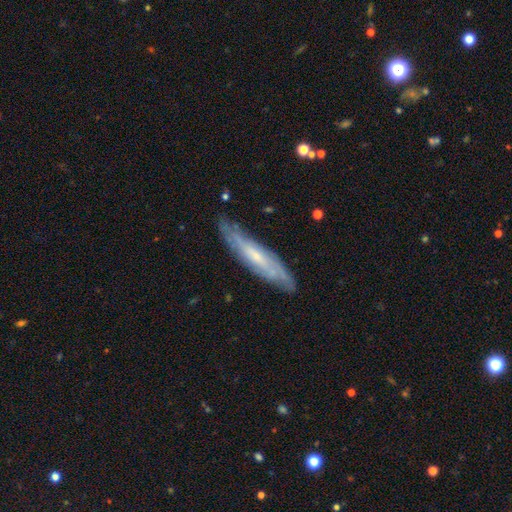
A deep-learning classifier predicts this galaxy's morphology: Overall: featured or disk (64%; smooth 30%). Edge-on disk: yes (54%; no 46%). Merging: none (78%).